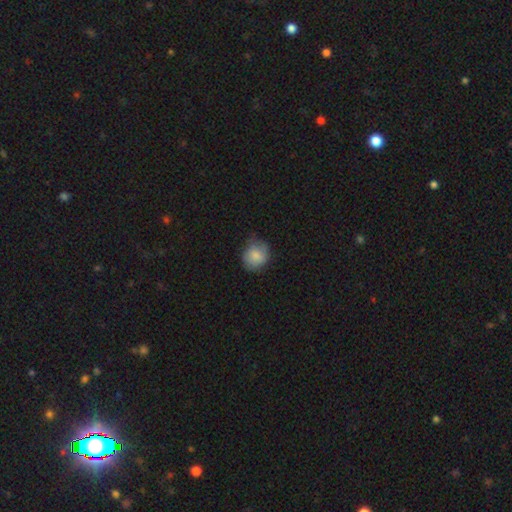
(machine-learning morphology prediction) A smooth galaxy with no disk features (82%) that is round (74%). Merging: none (65%).